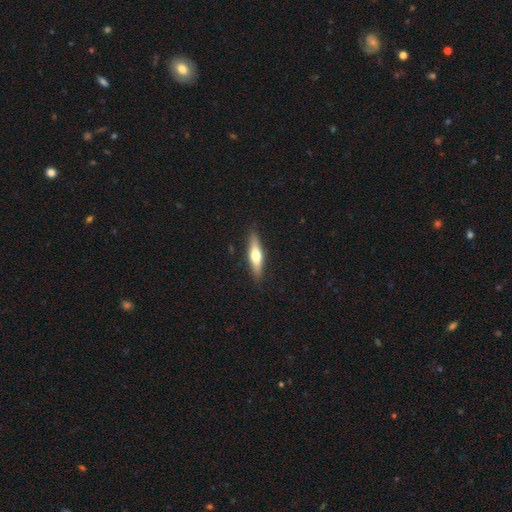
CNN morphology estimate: A smooth galaxy with no disk features (48%). Merging: none (89%).